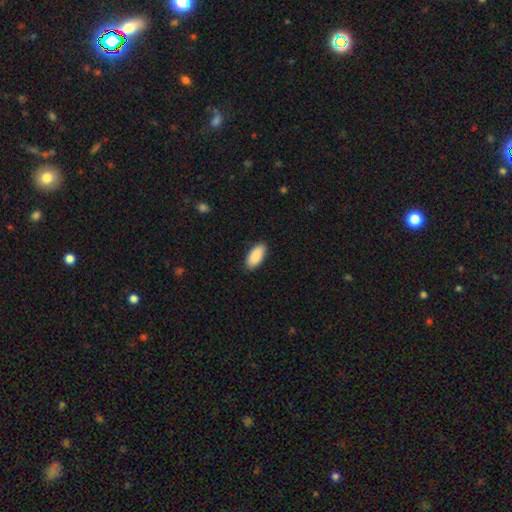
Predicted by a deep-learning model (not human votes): Smooth or featured: smooth — 91% (star or artifact — 5%)
How rounded: in between — 90% (cigar-shaped — 8%)
Merging: none — 88% (minor disturbance — 9%)